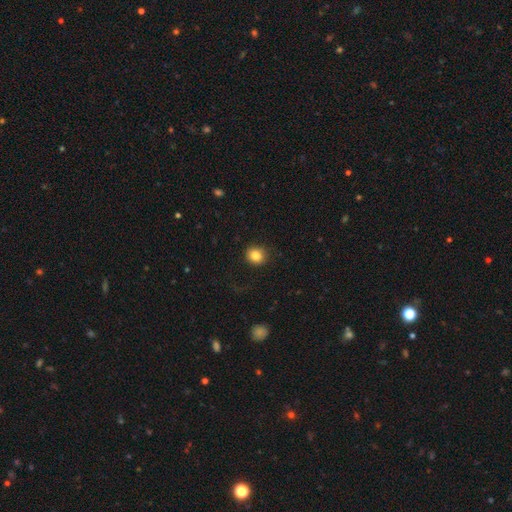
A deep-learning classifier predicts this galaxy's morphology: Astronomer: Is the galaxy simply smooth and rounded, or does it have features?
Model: smooth — 83%.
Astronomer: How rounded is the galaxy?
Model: round — 80%.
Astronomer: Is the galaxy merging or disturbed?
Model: none — 86%.